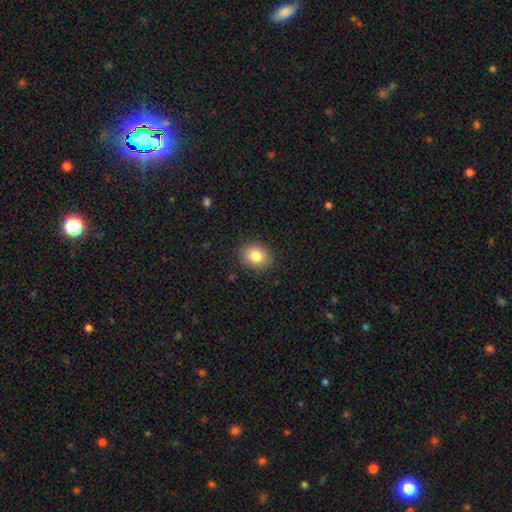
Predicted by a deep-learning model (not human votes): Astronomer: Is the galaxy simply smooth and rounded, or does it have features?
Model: smooth — 83%.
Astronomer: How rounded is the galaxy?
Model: round — 59% (runner-up: in between, 40%).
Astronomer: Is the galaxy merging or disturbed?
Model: none — 89%.